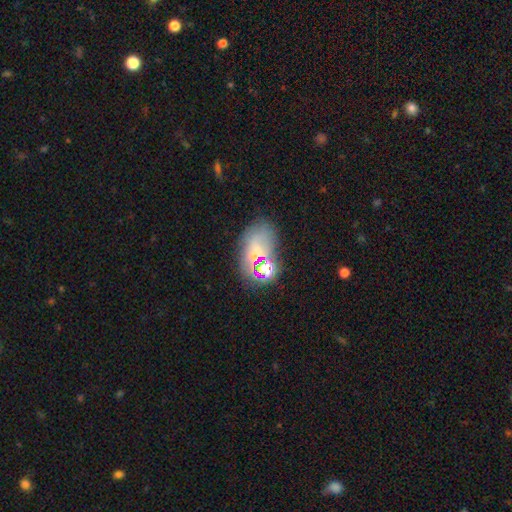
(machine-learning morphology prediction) type=smooth (48%); merging=none (53%).